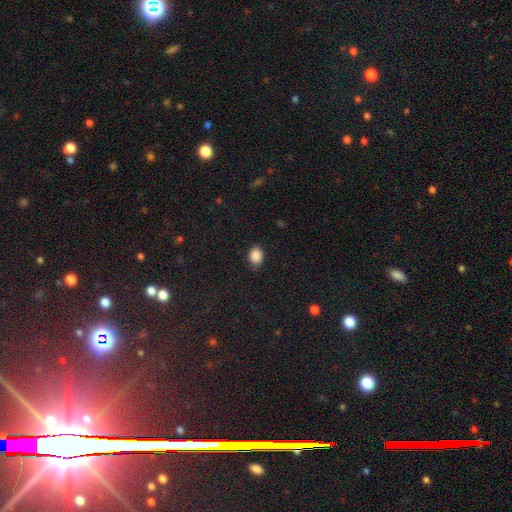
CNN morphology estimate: Smooth or featured? smooth (88%)
How rounded? in between (74%)
Merging? none (82%)